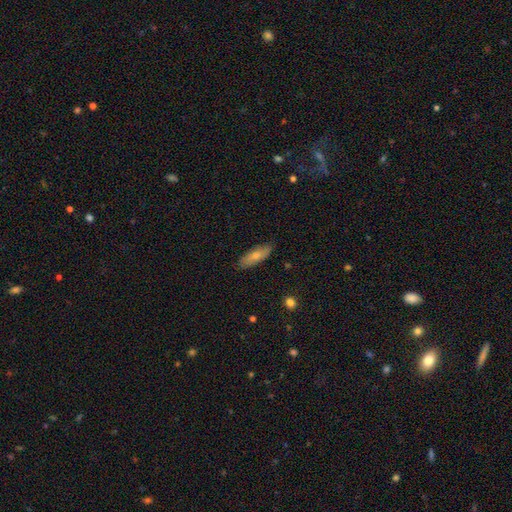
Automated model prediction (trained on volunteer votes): Smooth or featured: smooth — 71% (featured or disk — 23%)
How rounded: in between — 64% (cigar-shaped — 34%)
Merging: none — 84% (minor disturbance — 13%)